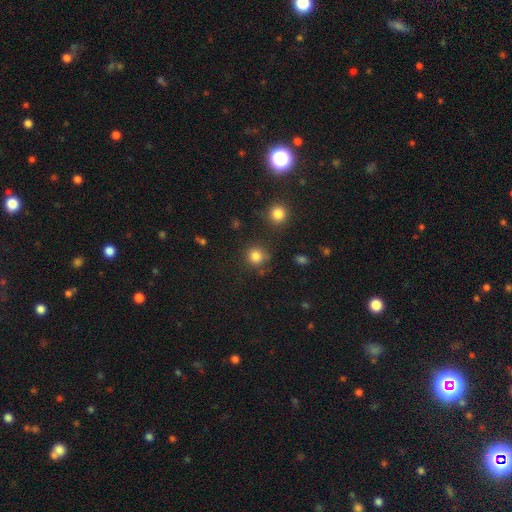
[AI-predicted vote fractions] This is clearly a smooth galaxy (83%). How rounded: clearly round (90%). Merging: clearly none (80%).